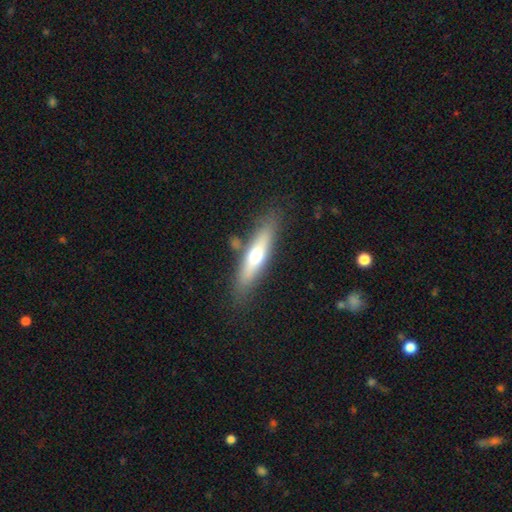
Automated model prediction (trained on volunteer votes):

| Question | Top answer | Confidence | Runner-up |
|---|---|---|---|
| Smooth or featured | smooth | 50% | featured or disk (43%) |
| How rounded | cigar-shaped | 73% | in between (24%) |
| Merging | none | 79% | minor disturbance (12%) |